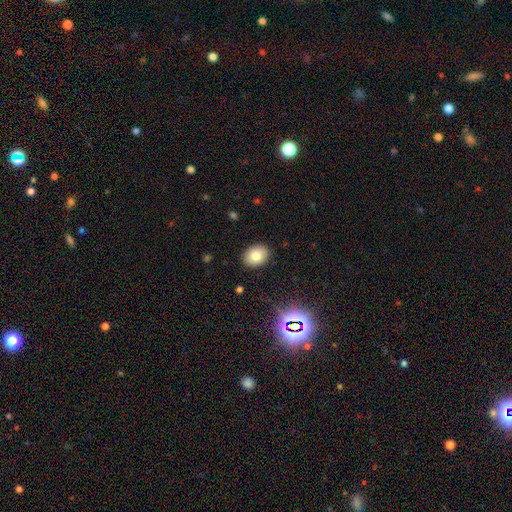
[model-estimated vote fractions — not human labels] smooth 77%, featured or disk 12%, star or artifact 11%. Down the decision tree: how rounded — in between (66%); merging — none (89%).